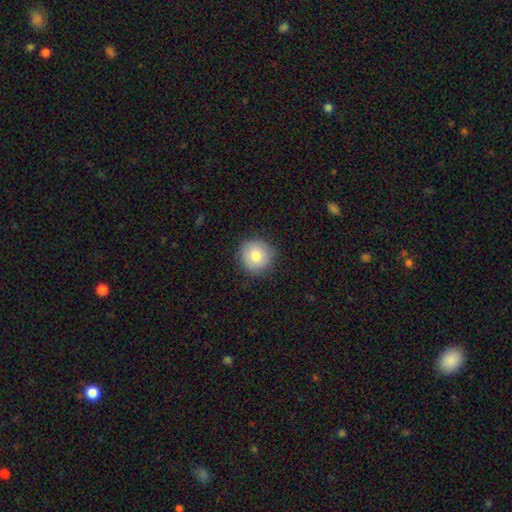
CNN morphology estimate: type=smooth (80%); roundness=round (93%); merging=none (87%).